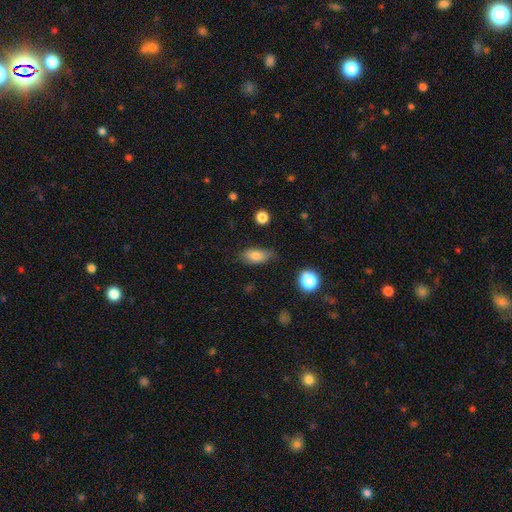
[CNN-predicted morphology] This appears to be a smooth galaxy with no disk features (79%) that is in between round and cigar-shaped (85%). Merging: none (71%).